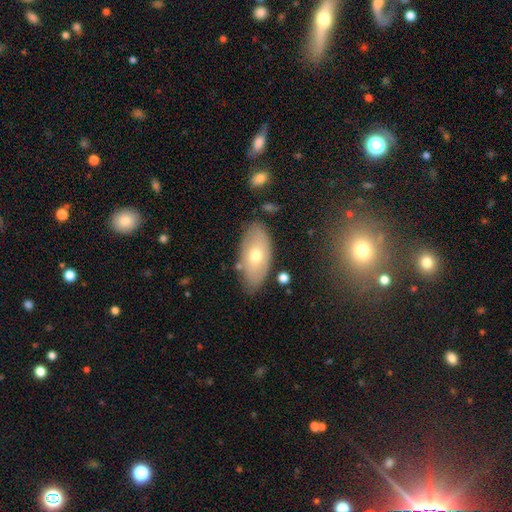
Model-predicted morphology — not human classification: The model was most divided on "smooth or featured": smooth: 57%, featured or disk: 35%, star or artifact: 8%. More confident: how rounded — in between (90%); merging — none (80%).